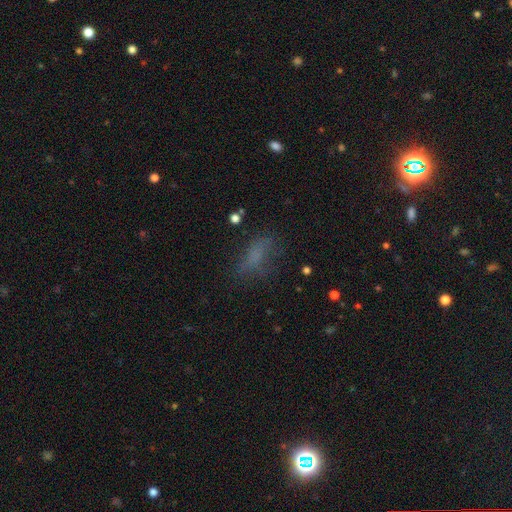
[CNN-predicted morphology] Q: Smooth or featured?
A: smooth (64%); runner-up: star or artifact (19%)
Q: How rounded?
A: in between (66%); runner-up: cigar-shaped (28%)
Q: Merging?
A: none (59%); runner-up: minor disturbance (22%)